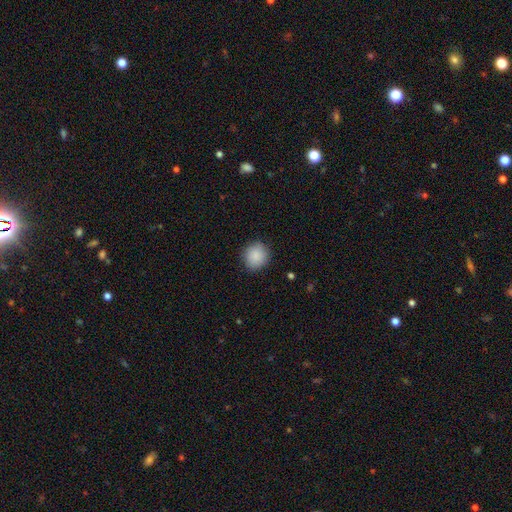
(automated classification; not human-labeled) A smooth galaxy with no disk features (89%) that is round (84%). Merging: none (87%).